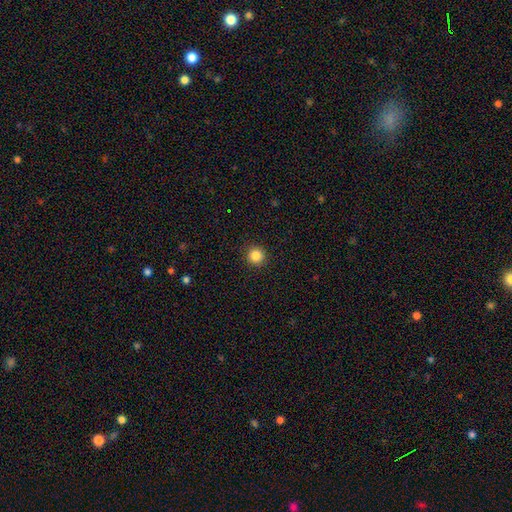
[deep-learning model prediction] Smooth or featured?
  - smooth: 86% *
  - star or artifact: 11%
  - featured or disk: 4%
How rounded?
  - round: 95% *
  - in between: 4%
  - cigar-shaped: 1%
Merging?
  - none: 92% *
  - minor disturbance: 5%
  - major disturbance: 2%
  - merger: 1%